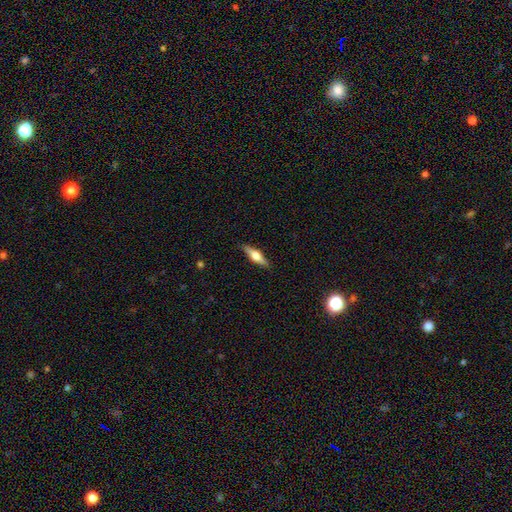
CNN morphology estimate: The model was most divided on "smooth or featured": featured or disk: 51%, smooth: 43%, star or artifact: 6%. More confident: edge-on disk — yes (94%); merging — none (88%).